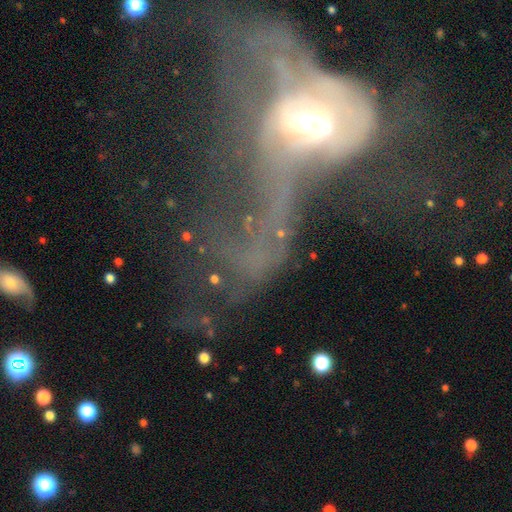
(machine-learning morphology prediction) A featured or disk galaxy (56%).

Vote fractions:
- Smooth or featured? featured or disk: 56% / smooth: 25% / star or artifact: 19%
- Edge-on disk? no: 89% / yes: 11%
- Merging? major disturbance: 64% / merger: 20% / none: 10% / minor disturbance: 7%